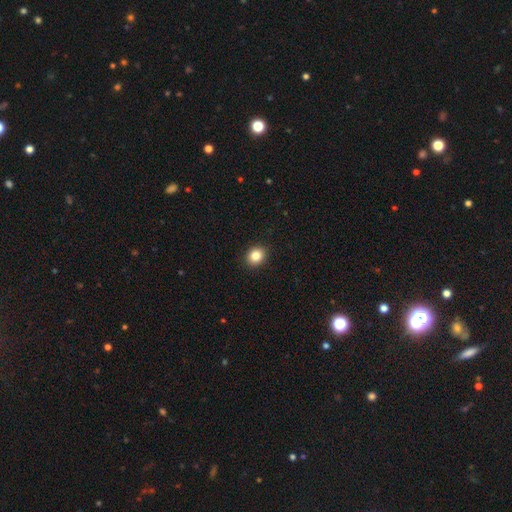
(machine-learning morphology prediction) Overall: smooth (84%). How rounded: round (68%; in between 31%). Merging: none (91%).